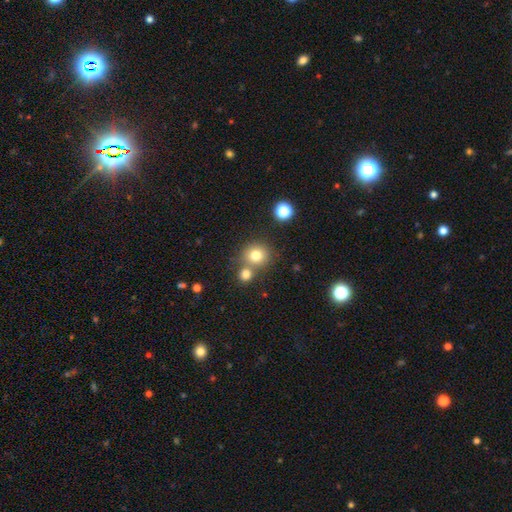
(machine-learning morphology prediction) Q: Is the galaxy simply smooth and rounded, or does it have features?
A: smooth — 78%.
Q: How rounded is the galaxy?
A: round — 88%.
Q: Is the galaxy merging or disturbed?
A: none — 61%.